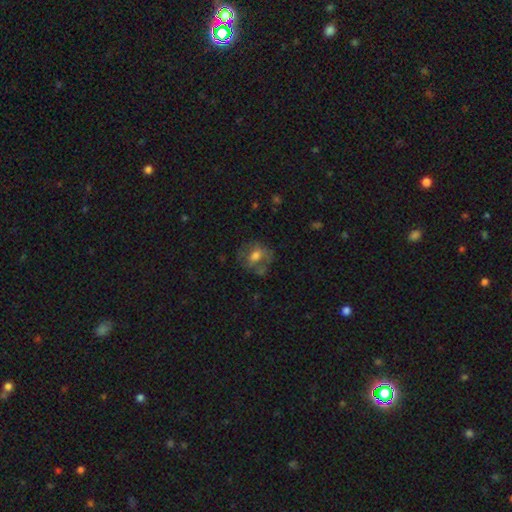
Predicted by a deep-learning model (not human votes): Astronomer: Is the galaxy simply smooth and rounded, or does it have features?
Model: smooth — 50% (runner-up: featured or disk, 40%).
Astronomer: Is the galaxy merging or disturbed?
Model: none — 53%.